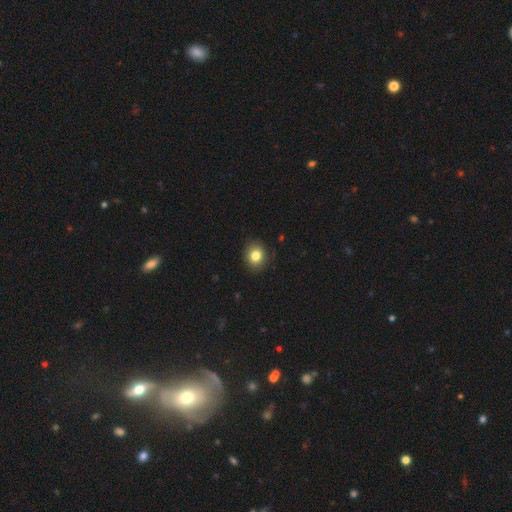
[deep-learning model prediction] Smooth or featured? Predicted: smooth (p=0.82). How rounded? Predicted: round (p=0.69). Merging? Predicted: none (p=0.88).